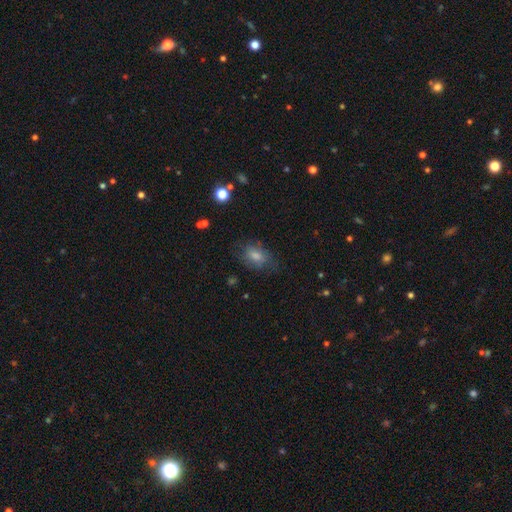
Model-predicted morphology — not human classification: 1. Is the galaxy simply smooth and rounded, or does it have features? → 73% smooth, 18% featured or disk, 9% star or artifact.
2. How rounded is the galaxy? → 83% in between, 15% round, 2% cigar-shaped.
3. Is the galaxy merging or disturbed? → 62% none, 24% minor disturbance, 12% major disturbance, 2% merger.